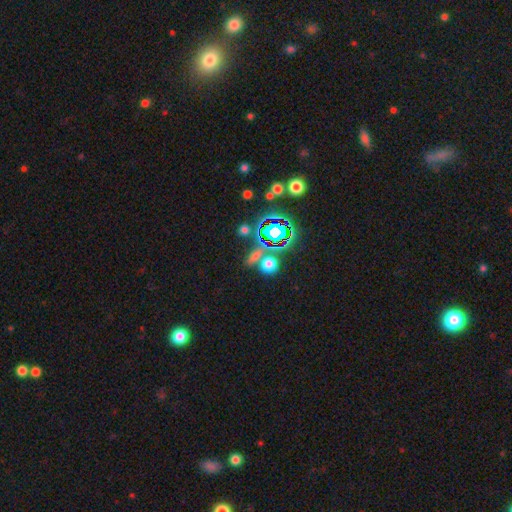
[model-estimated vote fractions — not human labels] Morphology: type=smooth (52%); roundness=round (43%); merging=none (65%).